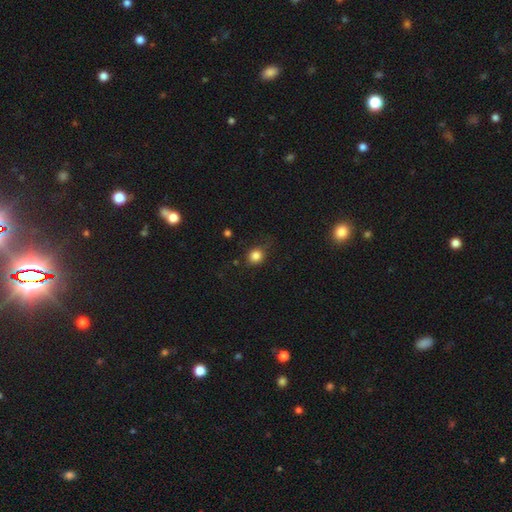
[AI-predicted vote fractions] smooth_or_featured: smooth (p=0.83) [alt: star or artifact p=0.12]
how_rounded: round (p=0.80) [alt: in between p=0.19]
merging: none (p=0.72) [alt: minor disturbance p=0.20]